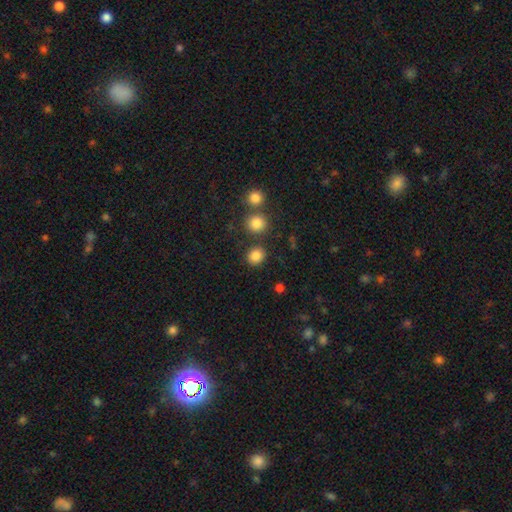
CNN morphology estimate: smooth_or_featured: smooth (p=0.85) [alt: star or artifact p=0.12]
how_rounded: round (p=0.80) [alt: in between p=0.19]
merging: none (p=0.82) [alt: minor disturbance p=0.08]